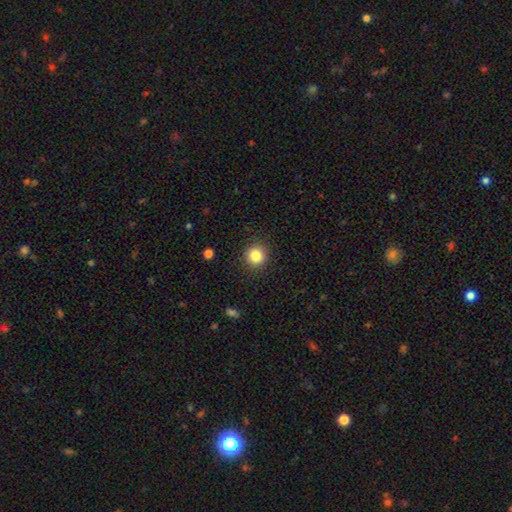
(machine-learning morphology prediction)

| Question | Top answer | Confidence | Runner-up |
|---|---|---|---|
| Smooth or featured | smooth | 83% | star or artifact (11%) |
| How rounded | round | 92% | in between (7%) |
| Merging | none | 90% | minor disturbance (6%) |